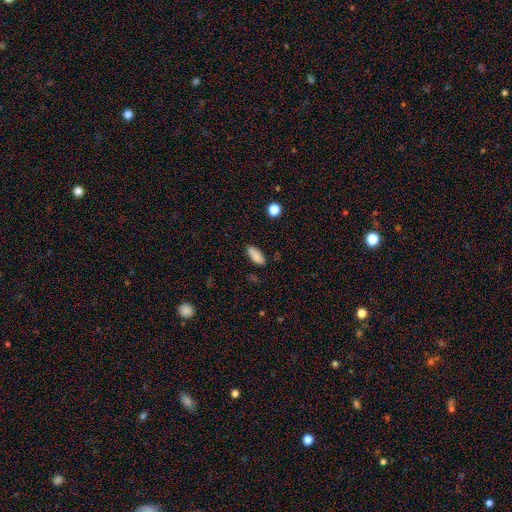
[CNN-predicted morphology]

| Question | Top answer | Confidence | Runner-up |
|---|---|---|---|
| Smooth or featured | smooth | 83% | featured or disk (9%) |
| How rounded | in between | 83% | cigar-shaped (14%) |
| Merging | none | 82% | minor disturbance (13%) |